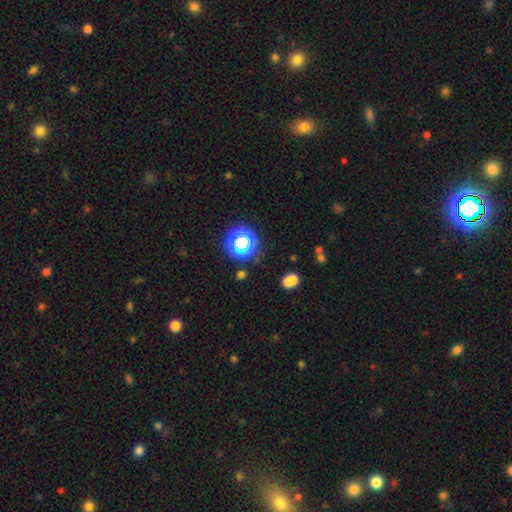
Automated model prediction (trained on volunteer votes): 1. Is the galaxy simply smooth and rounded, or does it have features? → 63% star or artifact, 29% smooth, 8% featured or disk.